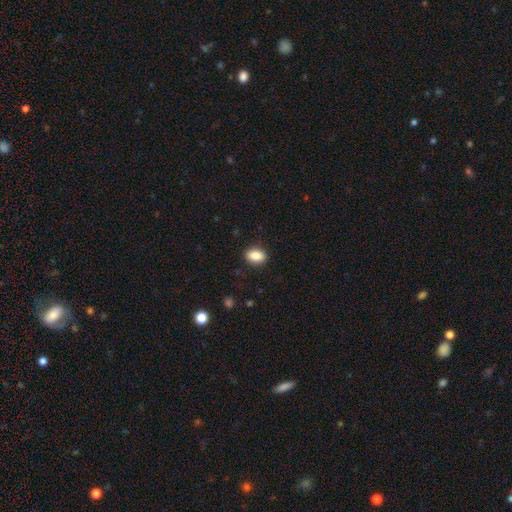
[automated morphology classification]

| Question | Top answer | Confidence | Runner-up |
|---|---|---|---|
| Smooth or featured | smooth | 88% | star or artifact (8%) |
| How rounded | in between | 81% | round (18%) |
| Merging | none | 89% | minor disturbance (8%) |